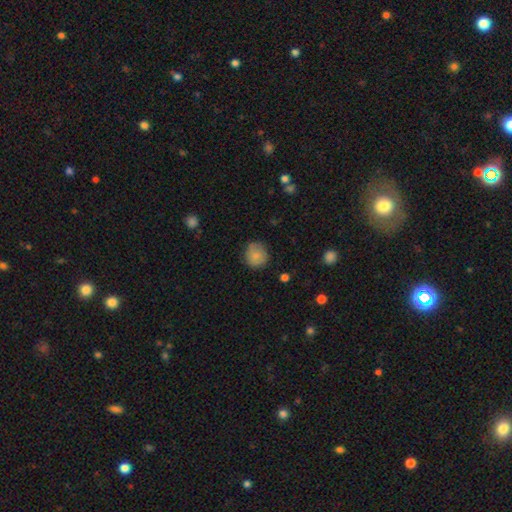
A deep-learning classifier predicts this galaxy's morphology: smooth_or_featured: smooth (p=0.82) [alt: featured or disk p=0.10]
how_rounded: round (p=0.88) [alt: in between p=0.11]
merging: none (p=0.81) [alt: minor disturbance p=0.15]